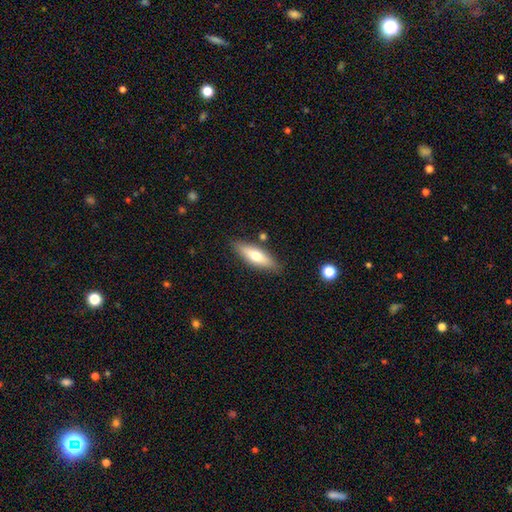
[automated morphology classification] Smooth or featured? Predicted: smooth (p=0.61). How rounded? Predicted: cigar-shaped (p=0.54). Merging? Predicted: none (p=0.82).